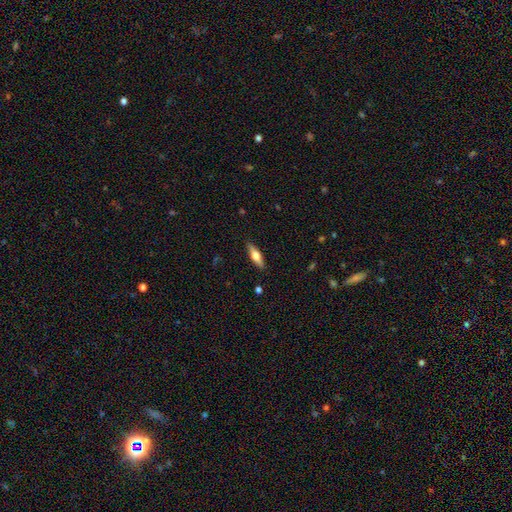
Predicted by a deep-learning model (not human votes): Overall: smooth (49%; featured or disk 44%). Merging: none (88%).